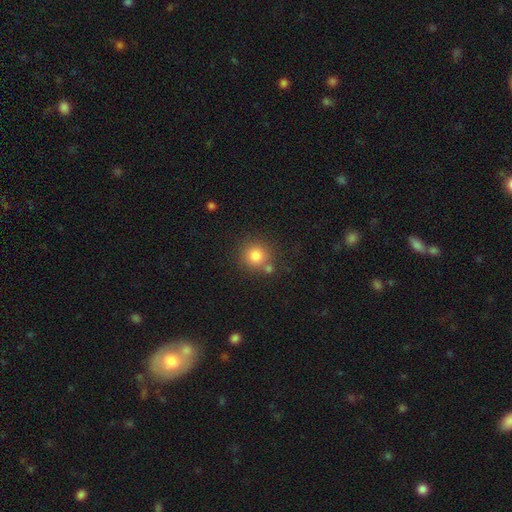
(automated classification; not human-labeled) A smooth galaxy with no disk features (81%) that is round (92%).

Vote fractions:
- Smooth or featured? smooth: 81% / star or artifact: 11% / featured or disk: 8%
- How rounded? round: 92% / in between: 7% / cigar-shaped: 1%
- Merging? none: 72% / merger: 15% / minor disturbance: 10% / major disturbance: 3%